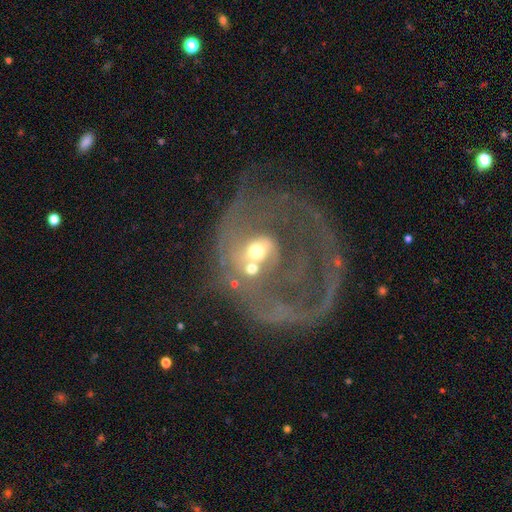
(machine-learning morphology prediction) Smooth or featured?
  - featured or disk: 78% *
  - smooth: 13%
  - star or artifact: 9%
Edge-on disk?
  - no: 97% *
  - yes: 3%
Bar?
  - no: 60% *
  - weak: 29%
  - strong: 11%
Spiral arms?
  - yes: 69% *
  - no: 31%
Spiral winding?
  - medium: 38% *
  - tight: 35%
  - loose: 28%
Spiral arm count?
  - 1: 31% *
  - 2: 29%
  - can't tell: 26%
  - 3: 7%
  - 4: 4%
  - more than 4: 4%
Bulge size?
  - moderate: 54% *
  - small: 35%
  - large: 6%
  - none: 3%
  - dominant: 2%
Merging?
  - major disturbance: 41% *
  - none: 29%
  - merger: 16%
  - minor disturbance: 15%